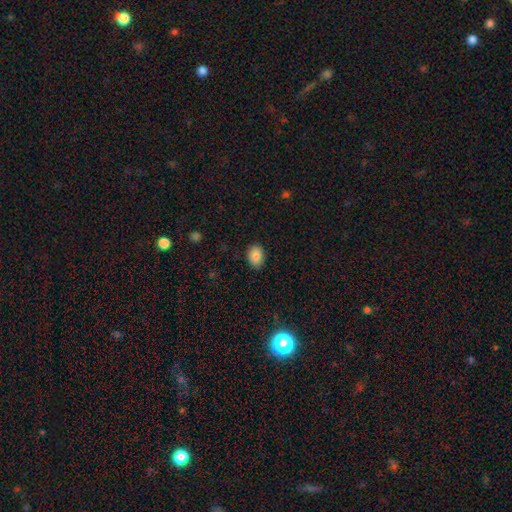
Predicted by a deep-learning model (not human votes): smooth_or_featured: smooth (p=0.87) [alt: star or artifact p=0.08]
how_rounded: in between (p=0.77) [alt: round p=0.22]
merging: none (p=0.86) [alt: minor disturbance p=0.11]